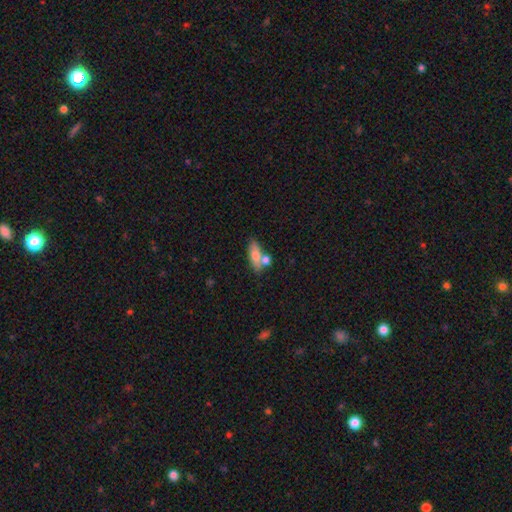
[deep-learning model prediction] A smooth galaxy with no disk features (73%) that is in between round and cigar-shaped (65%).

Vote fractions:
- Smooth or featured? smooth: 73% / featured or disk: 20% / star or artifact: 7%
- How rounded? in between: 65% / cigar-shaped: 30% / round: 5%
- Merging? none: 55% / merger: 27% / minor disturbance: 14% / major disturbance: 5%